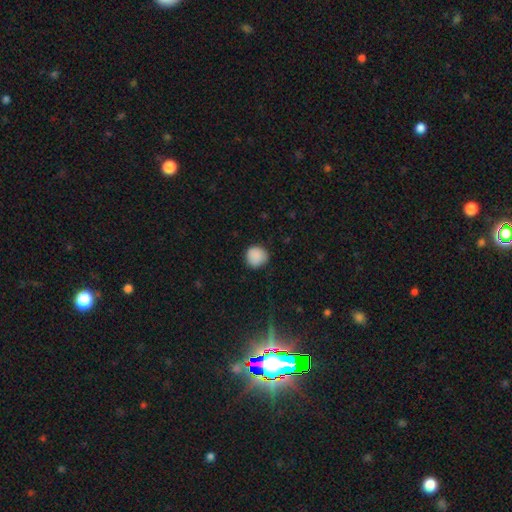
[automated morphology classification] smooth_or_featured: smooth (p=0.88) [alt: star or artifact p=0.08]
how_rounded: round (p=0.91) [alt: in between p=0.08]
merging: none (p=0.83) [alt: minor disturbance p=0.14]